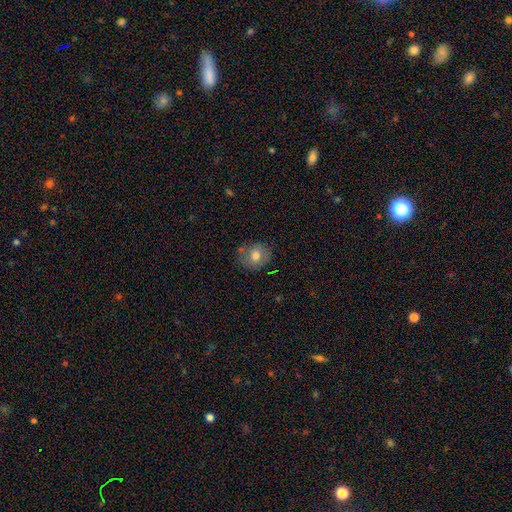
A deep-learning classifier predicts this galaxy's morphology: The model was most divided on "how rounded": round: 73%, in between: 26%, cigar-shaped: 1%. More confident: smooth or featured — smooth (73%); merging — none (71%).